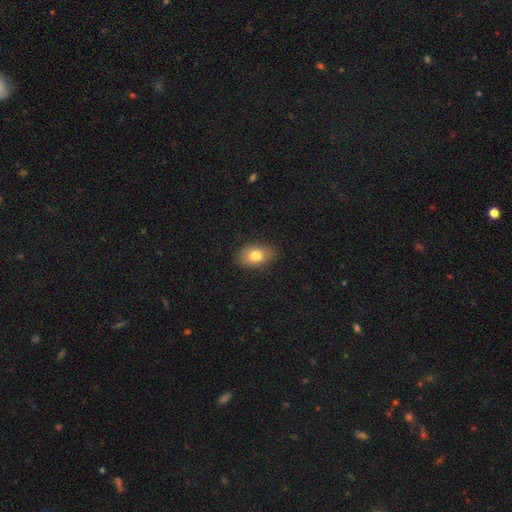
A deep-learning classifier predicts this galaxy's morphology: smooth_or_featured: smooth (p=0.79) [alt: featured or disk p=0.13]
how_rounded: in between (p=0.84) [alt: round p=0.14]
merging: none (p=0.83) [alt: minor disturbance p=0.13]